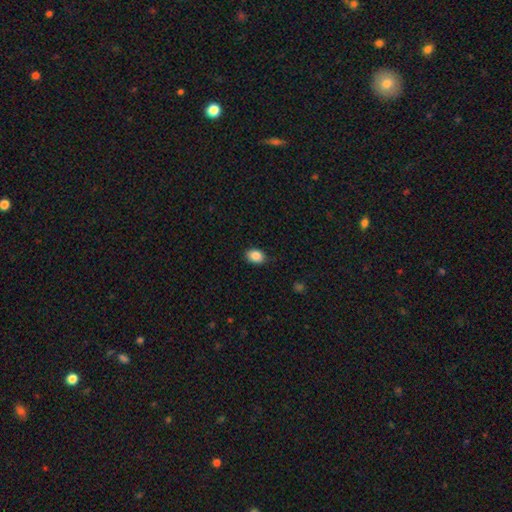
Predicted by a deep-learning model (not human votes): Morphology: type=smooth (87%); roundness=in between (68%); merging=none (83%).